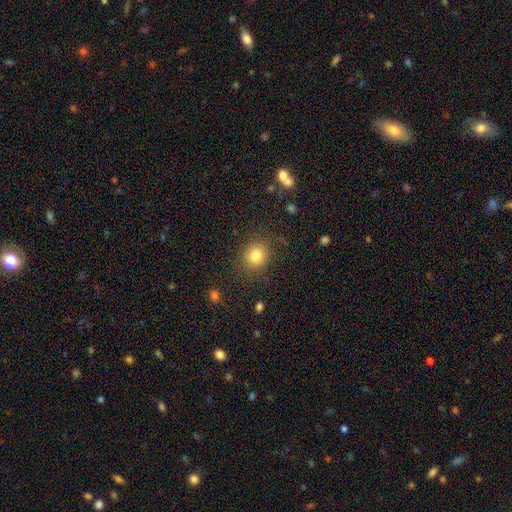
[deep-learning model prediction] This is clearly a smooth galaxy (81%). How rounded: likely round (78%). Merging: clearly none (85%).